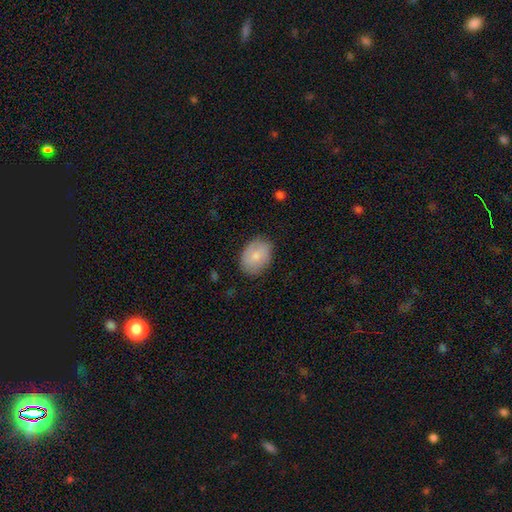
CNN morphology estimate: type=smooth (80%); roundness=in between (69%); merging=none (80%).